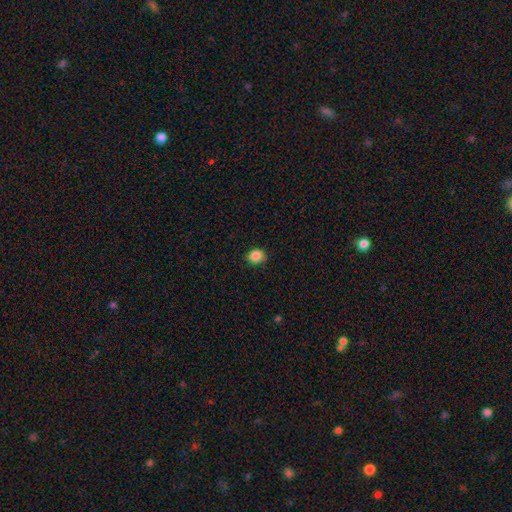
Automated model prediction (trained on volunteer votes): Morphology: type=smooth (87%); roundness=round (59%); merging=none (84%).